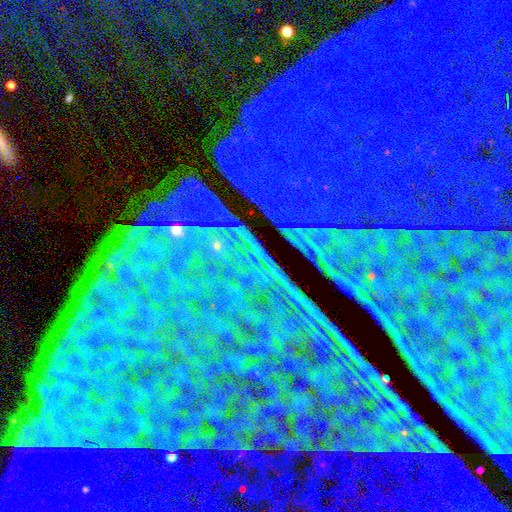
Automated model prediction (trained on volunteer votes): Smooth or featured?
  - star or artifact: 84% *
  - featured or disk: 8%
  - smooth: 7%